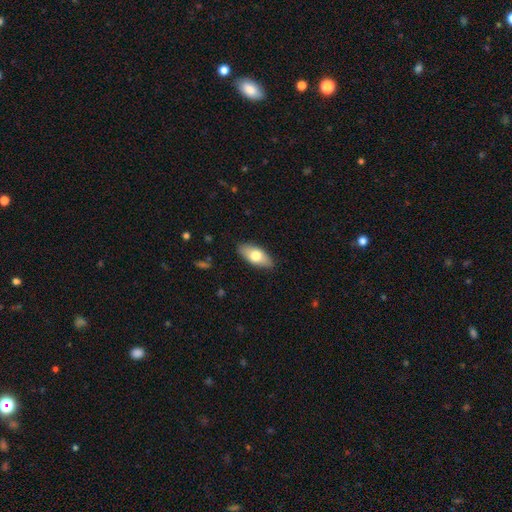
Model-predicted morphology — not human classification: smooth_or_featured: smooth (p=0.71) [alt: featured or disk p=0.23]
how_rounded: in between (p=0.88) [alt: cigar-shaped p=0.09]
merging: none (p=0.86) [alt: minor disturbance p=0.11]